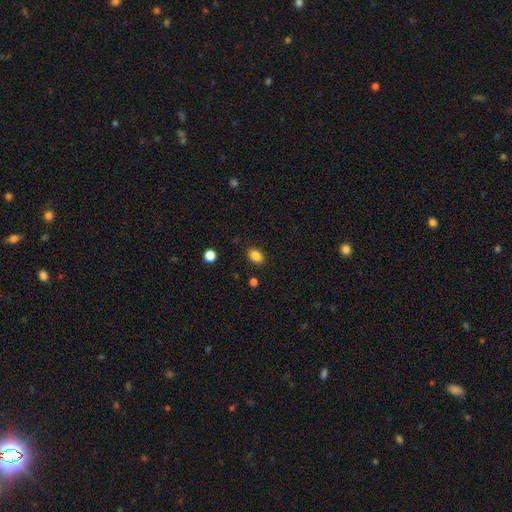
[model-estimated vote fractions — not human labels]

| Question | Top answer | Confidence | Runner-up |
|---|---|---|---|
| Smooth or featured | smooth | 86% | star or artifact (10%) |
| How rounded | in between | 80% | round (19%) |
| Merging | none | 86% | minor disturbance (10%) |